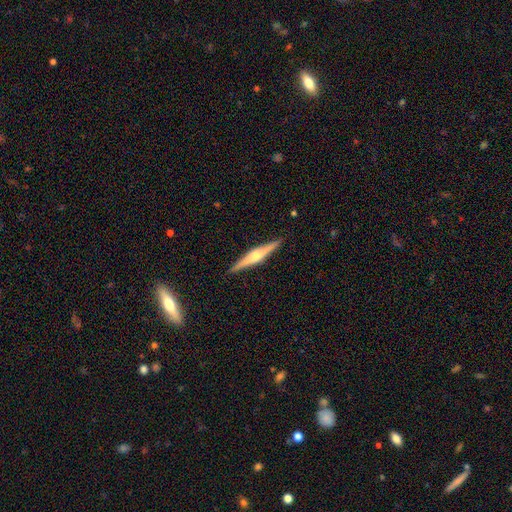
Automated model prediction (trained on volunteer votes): This is likely a featured or disk galaxy (73%). It is clearly viewed edge-on (98%). Edge-on bulge: clearly rounded (88%). Merging: clearly none (91%).